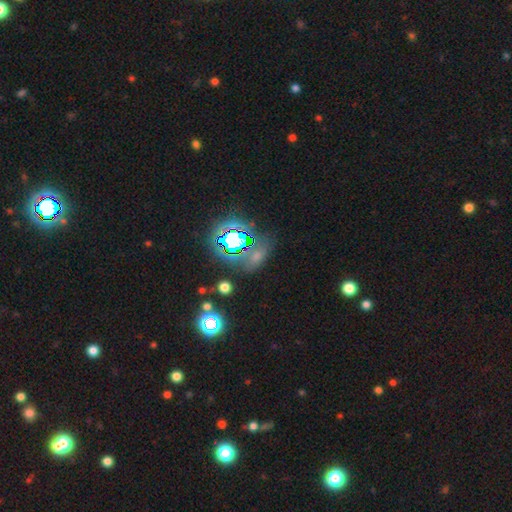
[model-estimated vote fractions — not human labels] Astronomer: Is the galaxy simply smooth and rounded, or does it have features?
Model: star or artifact — 48% (runner-up: smooth, 39%).